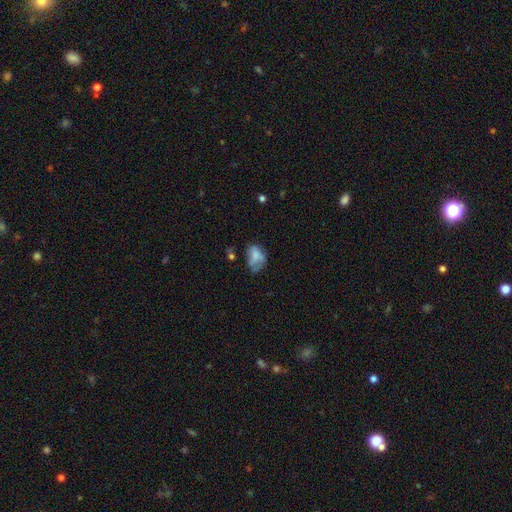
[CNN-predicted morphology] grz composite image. It shows a smooth galaxy with no disk features (64%) that is in between round and cigar-shaped (75%). Merging: none (37%).